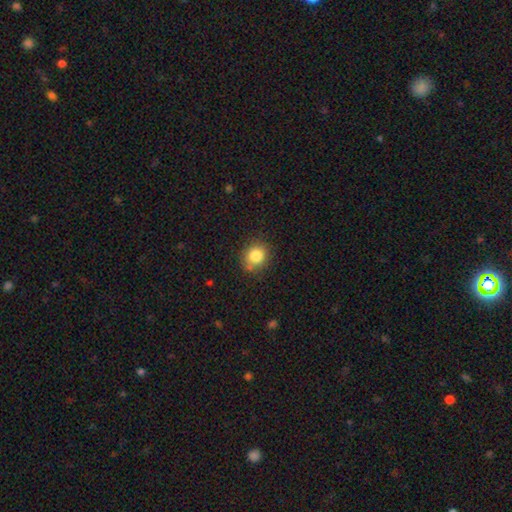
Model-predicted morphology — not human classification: A smooth galaxy with no disk features (83%) that is round (77%). Merging: none (78%).